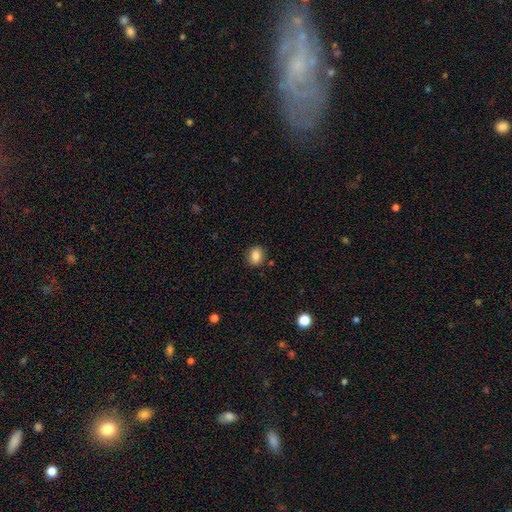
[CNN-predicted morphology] This appears to be a smooth galaxy with no disk features (85%) that is round (54%). Merging: none (86%).